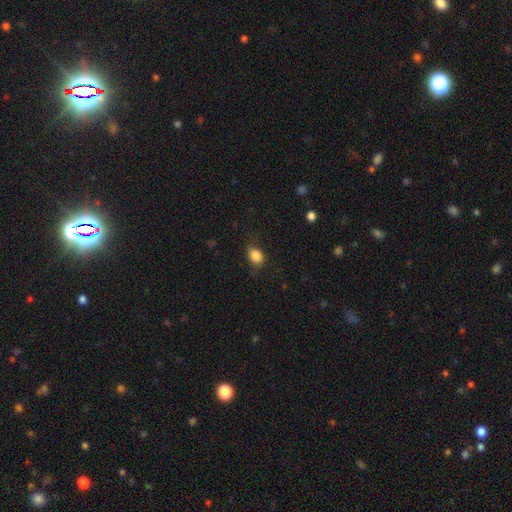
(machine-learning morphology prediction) A smooth galaxy with no disk features (85%) that is in between round and cigar-shaped (66%).

Vote fractions:
- Smooth or featured? smooth: 85% / star or artifact: 9% / featured or disk: 6%
- How rounded? in between: 66% / round: 32% / cigar-shaped: 1%
- Merging? none: 73% / minor disturbance: 20% / major disturbance: 6% / merger: 1%